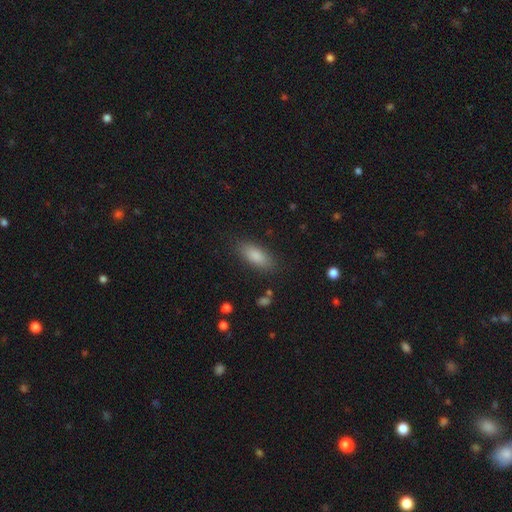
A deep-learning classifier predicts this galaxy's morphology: A smooth galaxy with no disk features (85%) that is in between round and cigar-shaped (78%). Merging: none (85%).